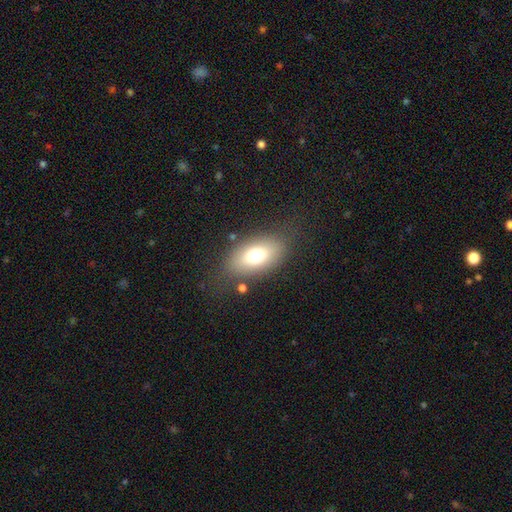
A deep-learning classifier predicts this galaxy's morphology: smooth 71%, featured or disk 19%, star or artifact 10%. Down the decision tree: how rounded — in between (87%); merging — none (77%).